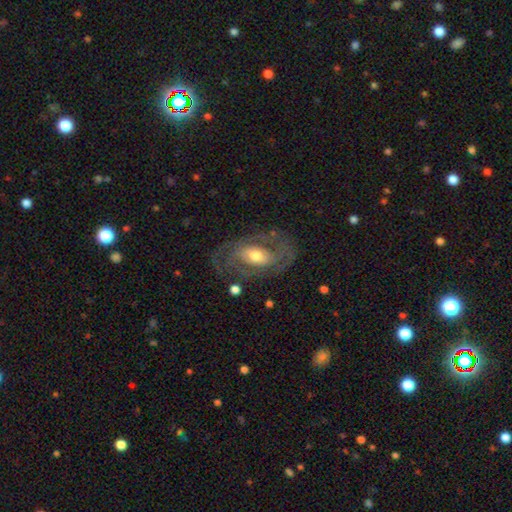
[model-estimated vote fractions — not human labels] The model was most divided on "bar": no: 40%, weak: 39%, strong: 21%. Remaining: edge-on disk — no (95%); spiral arms — yes (86%); smooth or featured — featured or disk (81%); merging — none (69%); bulge size — moderate (64%); spiral arm count — 2 (63%); spiral winding — medium (47%).